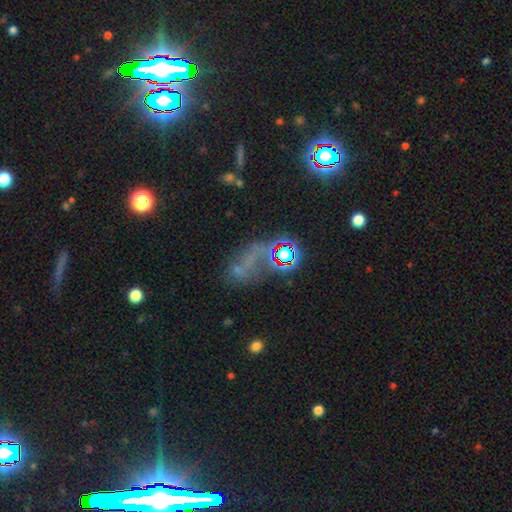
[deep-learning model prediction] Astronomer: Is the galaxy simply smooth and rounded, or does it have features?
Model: star or artifact — 54%.